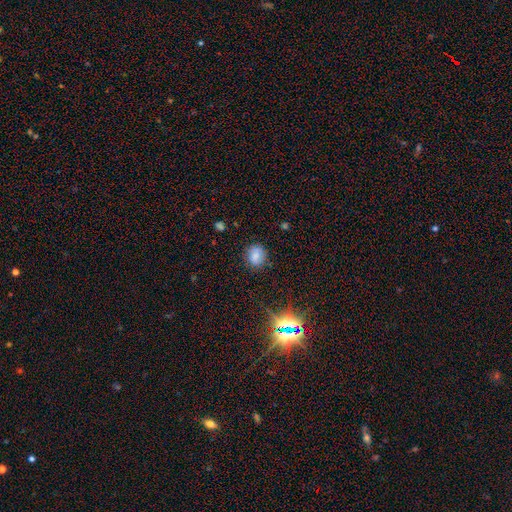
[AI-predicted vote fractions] Smooth or featured: smooth — 73% (star or artifact — 16%)
How rounded: round — 70% (in between — 29%)
Merging: none — 81% (minor disturbance — 14%)